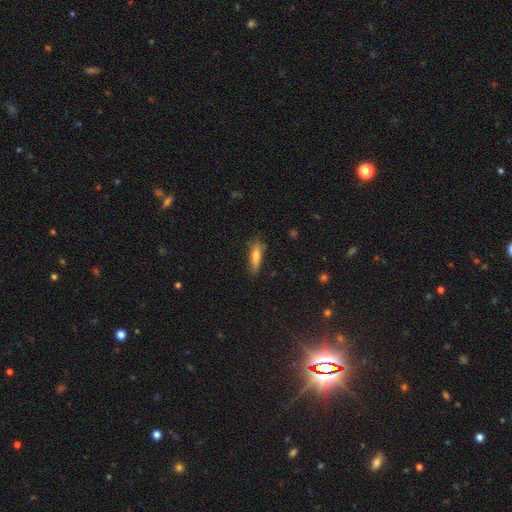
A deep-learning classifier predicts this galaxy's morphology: smooth 70%, featured or disk 23%, star or artifact 7%. Down the decision tree: how rounded — cigar-shaped (65%); merging — none (73%).